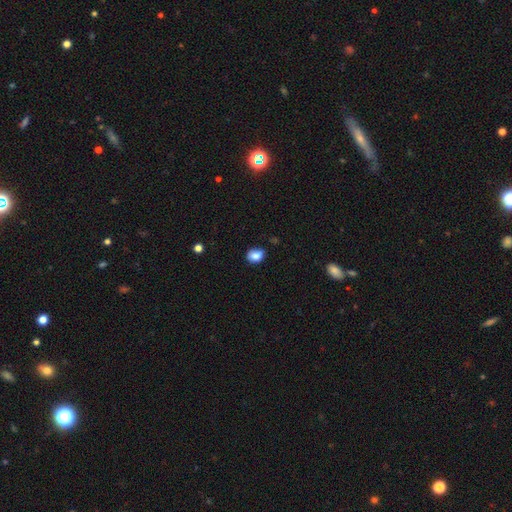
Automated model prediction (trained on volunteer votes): This appears to be a smooth galaxy with no disk features (84%) that is in between round and cigar-shaped (65%). Merging: none (68%).